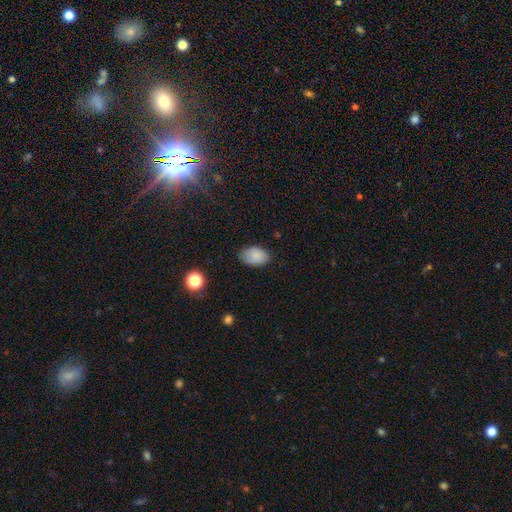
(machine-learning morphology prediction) Smooth or featured? Predicted: smooth (p=0.85). How rounded? Predicted: in between (p=0.87). Merging? Predicted: none (p=0.80).